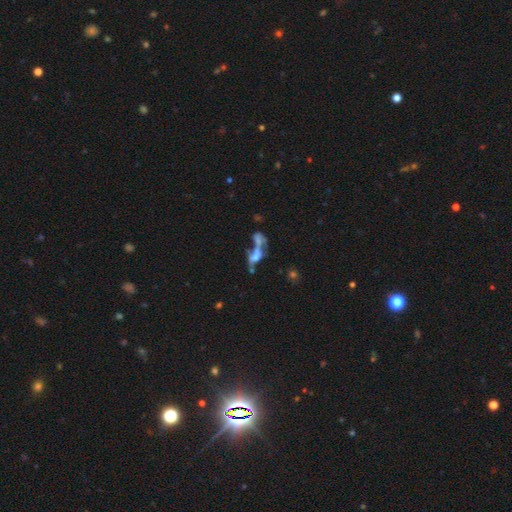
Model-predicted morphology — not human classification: Smooth or featured? Predicted: featured or disk (p=0.46). Merging? Predicted: merger (p=0.59).